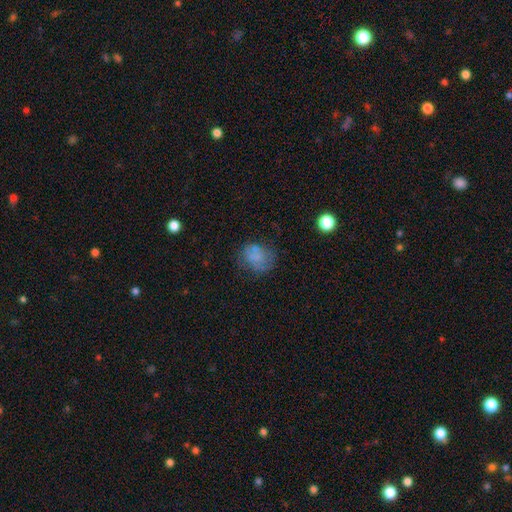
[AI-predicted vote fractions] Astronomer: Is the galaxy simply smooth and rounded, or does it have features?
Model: smooth — 61%.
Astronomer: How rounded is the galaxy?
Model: round — 57% (runner-up: in between, 42%).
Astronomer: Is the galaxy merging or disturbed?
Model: none — 54%.